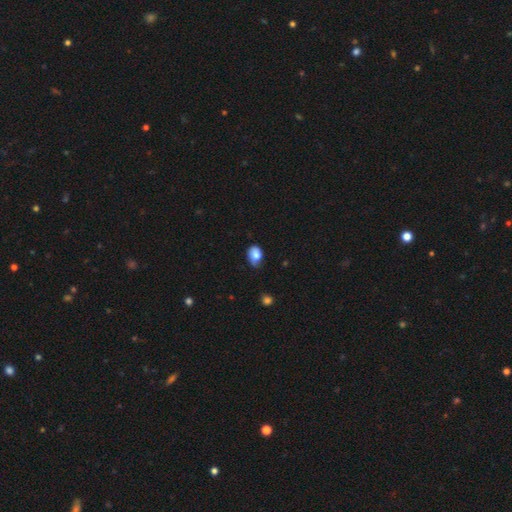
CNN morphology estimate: This appears to be a smooth galaxy with no disk features (80%) that is in between round and cigar-shaped (71%). Merging: none (48%).